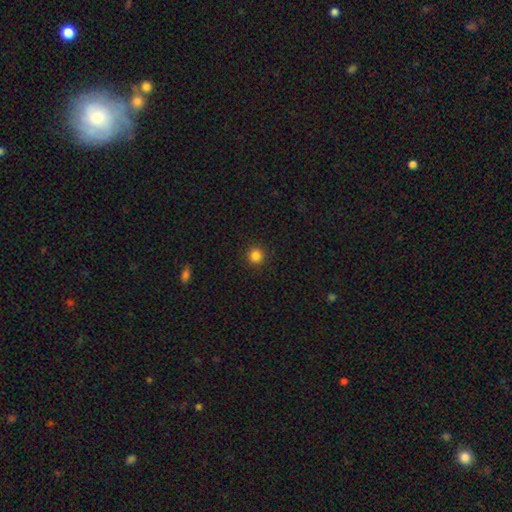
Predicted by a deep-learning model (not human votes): smooth 84%, star or artifact 12%, featured or disk 4%. Down the decision tree: how rounded — round (95%); merging — none (92%).